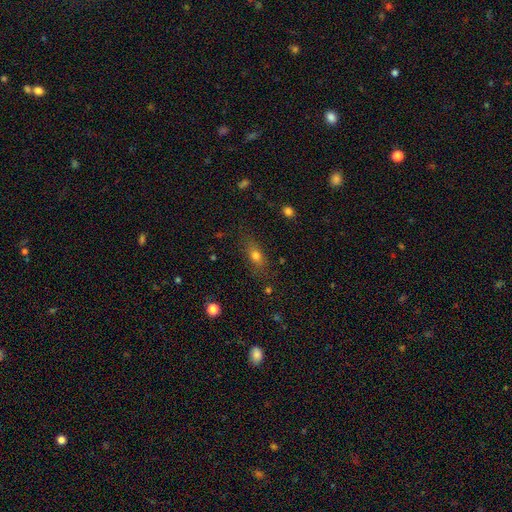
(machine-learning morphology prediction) This appears to be a smooth galaxy with no disk features (70%) that is in between round and cigar-shaped (64%). Merging: none (75%).